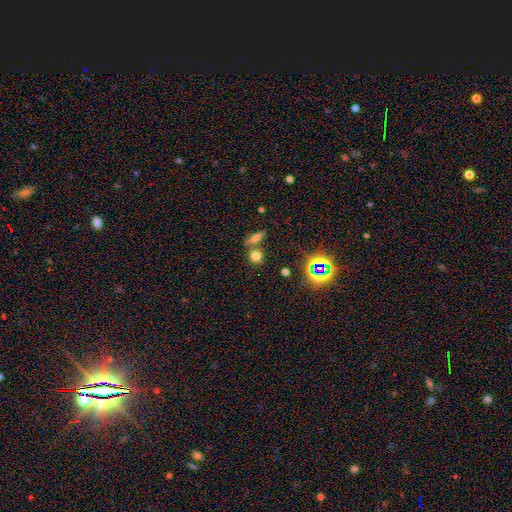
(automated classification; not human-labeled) A smooth galaxy with no disk features (66%) that is round (77%). Merging: none (66%).